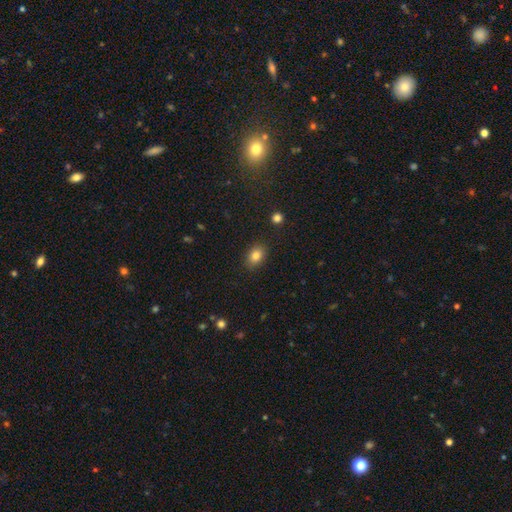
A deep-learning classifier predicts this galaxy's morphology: smooth-or-featured: smooth: 84% | star or artifact: 10% | featured or disk: 7%
  how-rounded: in between: 77% | round: 22% | cigar-shaped: 1%
  merging: none: 86% | minor disturbance: 10% | major disturbance: 2% | merger: 1%